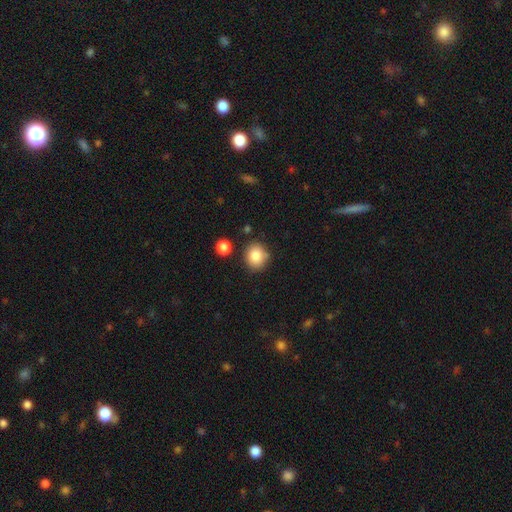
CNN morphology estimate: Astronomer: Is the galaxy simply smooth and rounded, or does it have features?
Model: smooth — 85%.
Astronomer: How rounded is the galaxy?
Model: round — 79%.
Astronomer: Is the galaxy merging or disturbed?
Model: none — 80%.